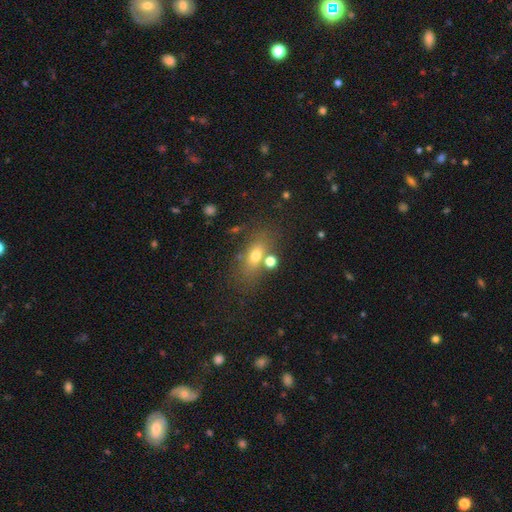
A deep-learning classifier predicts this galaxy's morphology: smooth-or-featured: smooth: 66% | featured or disk: 19% | star or artifact: 14%
  how-rounded: in between: 72% | round: 17% | cigar-shaped: 11%
  merging: none: 67% | merger: 14% | minor disturbance: 13% | major disturbance: 6%